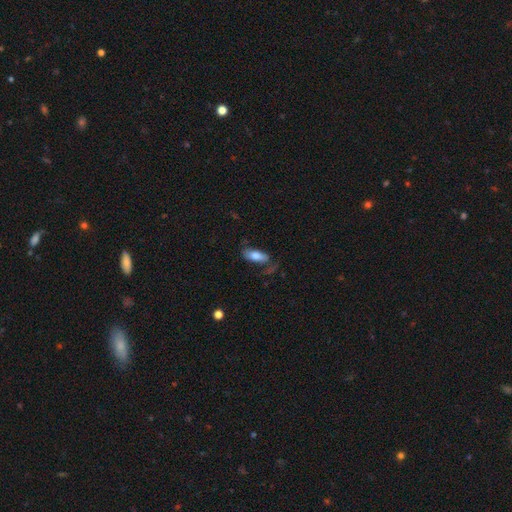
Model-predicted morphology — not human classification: A smooth galaxy with no disk features (76%) that is in between round and cigar-shaped (77%). Merging: none (60%).